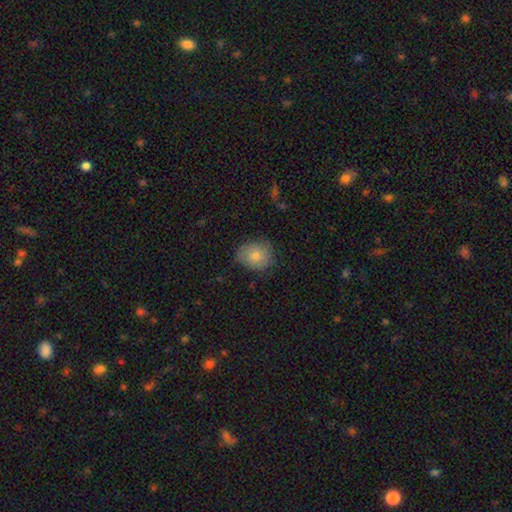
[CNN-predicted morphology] Smooth or featured?
  - smooth: 78% *
  - featured or disk: 14%
  - star or artifact: 9%
How rounded?
  - round: 67% *
  - in between: 32%
  - cigar-shaped: 1%
Merging?
  - none: 73% *
  - minor disturbance: 22%
  - major disturbance: 4%
  - merger: 1%